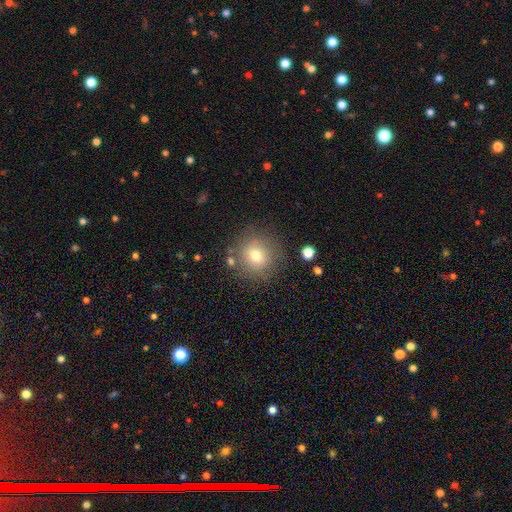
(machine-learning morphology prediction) Smooth or featured: smooth — 76% (star or artifact — 12%)
How rounded: round — 92% (in between — 7%)
Merging: none — 83% (minor disturbance — 10%)